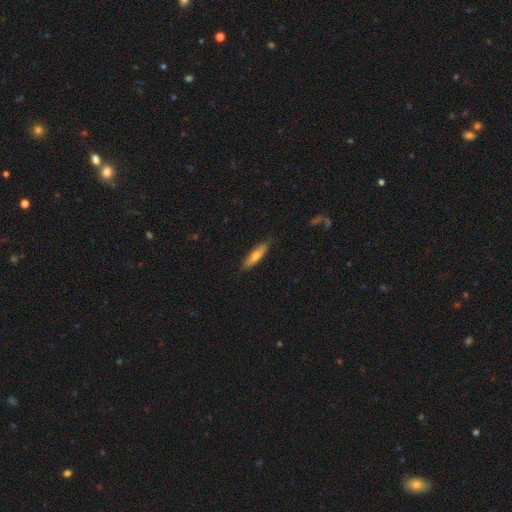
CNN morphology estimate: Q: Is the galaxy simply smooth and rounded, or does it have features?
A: smooth — 54%.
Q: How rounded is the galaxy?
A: cigar-shaped — 77%.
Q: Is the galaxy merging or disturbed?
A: none — 86%.